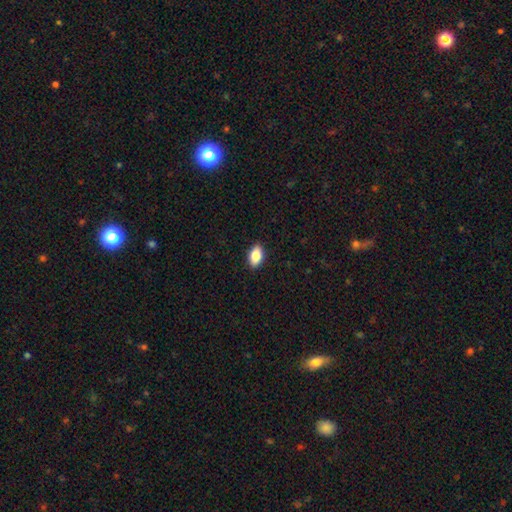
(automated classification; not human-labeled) Q: Smooth or featured?
A: smooth (84%); runner-up: featured or disk (9%)
Q: How rounded?
A: in between (91%); runner-up: round (6%)
Q: Merging?
A: none (90%); runner-up: minor disturbance (8%)